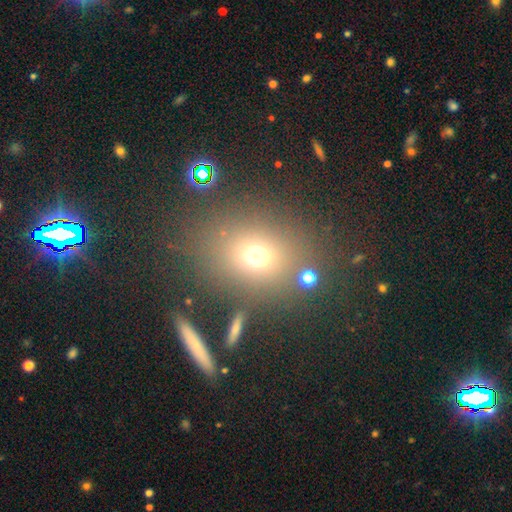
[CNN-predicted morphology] Smooth or featured? Predicted: smooth (p=0.68). How rounded? Predicted: round (p=0.59). Merging? Predicted: none (p=0.74).